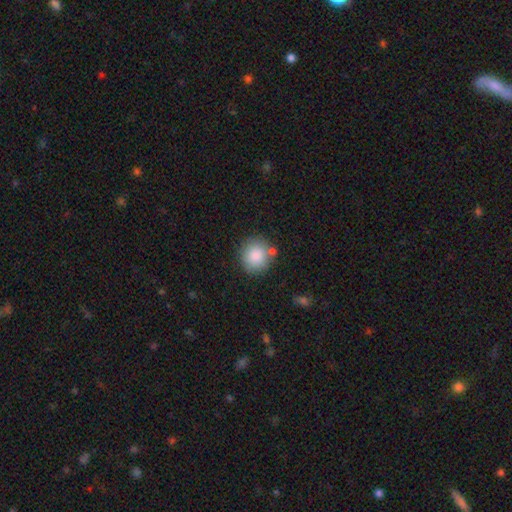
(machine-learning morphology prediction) This is clearly a smooth galaxy (87%). How rounded: clearly round (89%). Merging: likely none (79%).